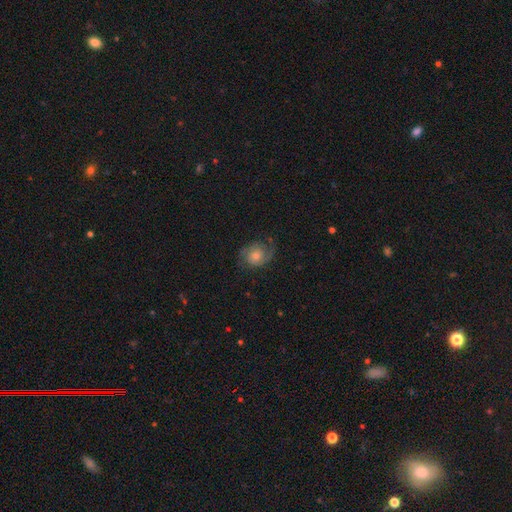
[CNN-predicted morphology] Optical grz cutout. It shows a featured or disk galaxy (76%) with no bar (71%), 2 (87%) medium (48%) spiral arms (95%) and a moderate central bulge (55%). Merging: none (76%).